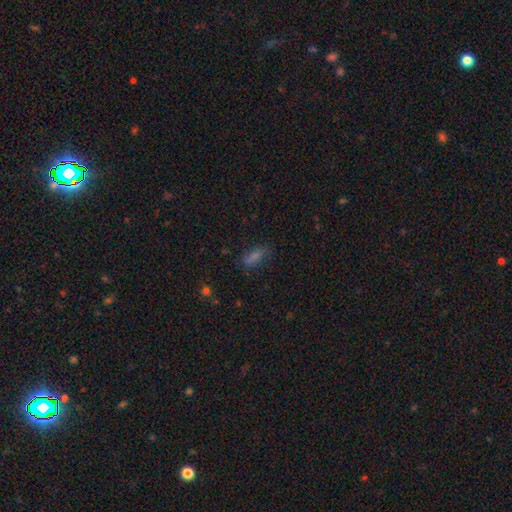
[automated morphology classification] smooth_or_featured: smooth (p=0.63) [alt: star or artifact p=0.19]
how_rounded: in between (p=0.68) [alt: cigar-shaped p=0.27]
merging: none (p=0.68) [alt: minor disturbance p=0.21]